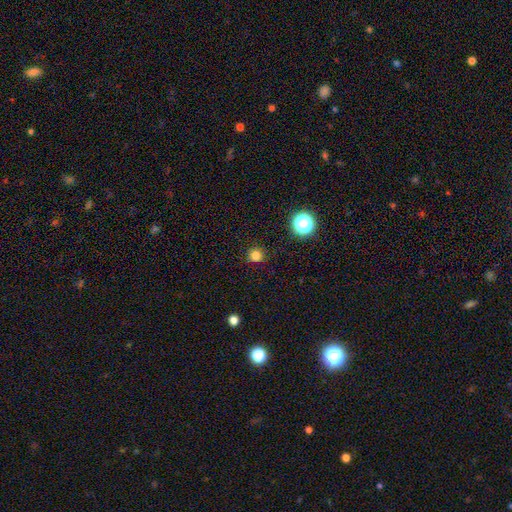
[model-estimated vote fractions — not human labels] This is likely a smooth galaxy (80%). How rounded: clearly round (93%). Merging: clearly none (89%).